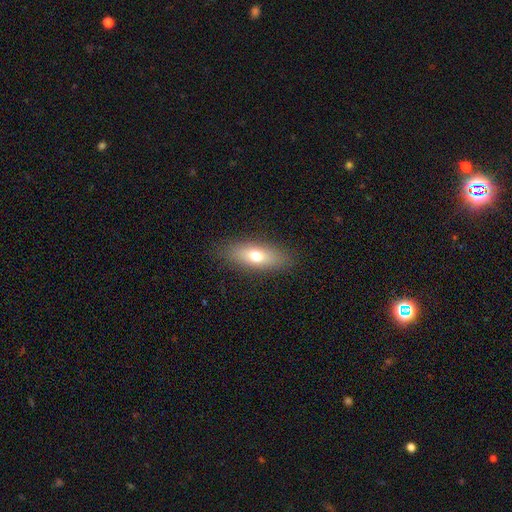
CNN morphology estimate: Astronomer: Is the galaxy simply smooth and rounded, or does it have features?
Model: smooth — 65%.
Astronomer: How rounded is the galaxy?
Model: in between — 63%.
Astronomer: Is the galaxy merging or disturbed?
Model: none — 89%.